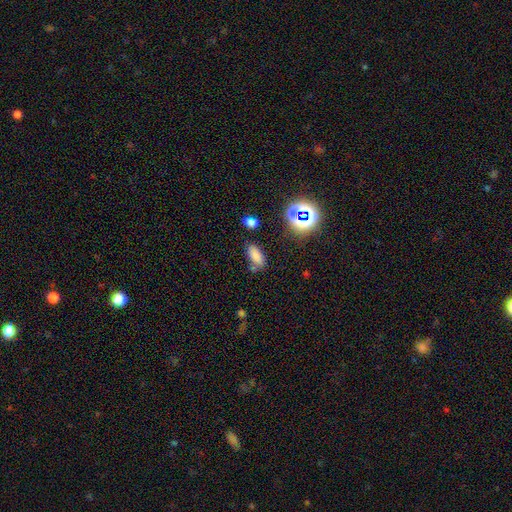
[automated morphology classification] smooth_or_featured: smooth (p=0.76) [alt: star or artifact p=0.17]
how_rounded: in between (p=0.85) [alt: cigar-shaped p=0.10]
merging: none (p=0.70) [alt: minor disturbance p=0.16]